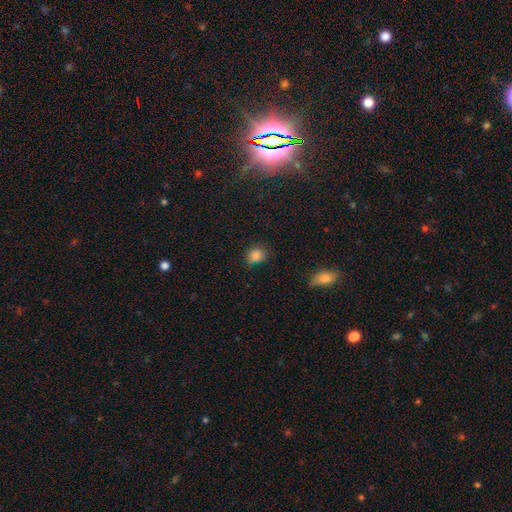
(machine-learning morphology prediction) The model was most divided on "how rounded": round: 61%, in between: 38%, cigar-shaped: 1%. More confident: smooth or featured — smooth (83%); merging — none (69%).